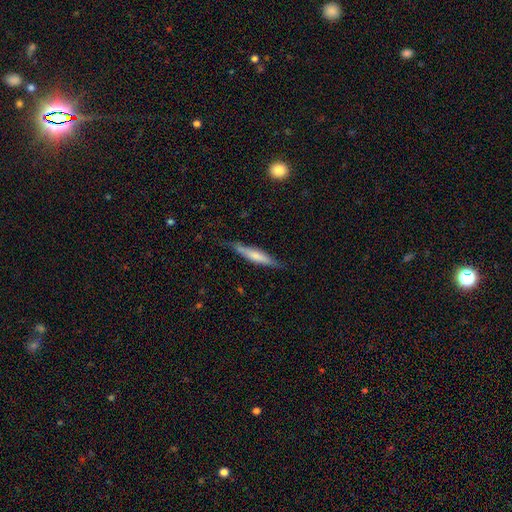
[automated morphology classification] smooth_or_featured: smooth (p=0.53) [alt: featured or disk p=0.41]
how_rounded: cigar-shaped (p=0.90) [alt: in between p=0.09]
merging: none (p=0.76) [alt: minor disturbance p=0.18]